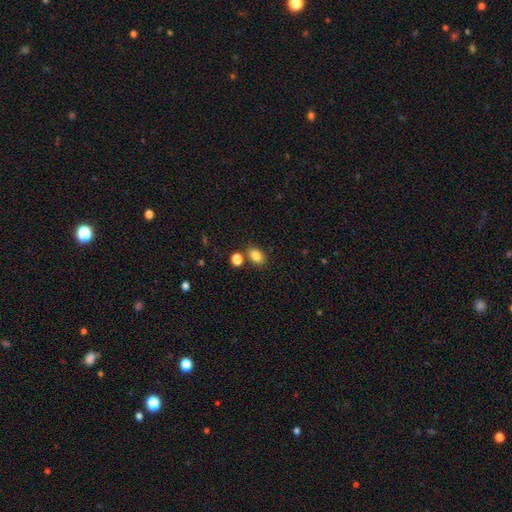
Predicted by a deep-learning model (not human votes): smooth 84%, star or artifact 10%, featured or disk 6%. Down the decision tree: how rounded — in between (77%); merging — none (73%).